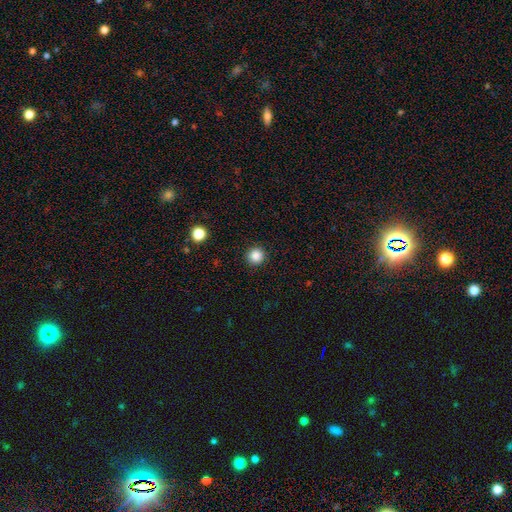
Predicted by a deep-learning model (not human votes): Smooth or featured: smooth — 86% (star or artifact — 11%)
How rounded: round — 95% (in between — 4%)
Merging: none — 92% (minor disturbance — 5%)